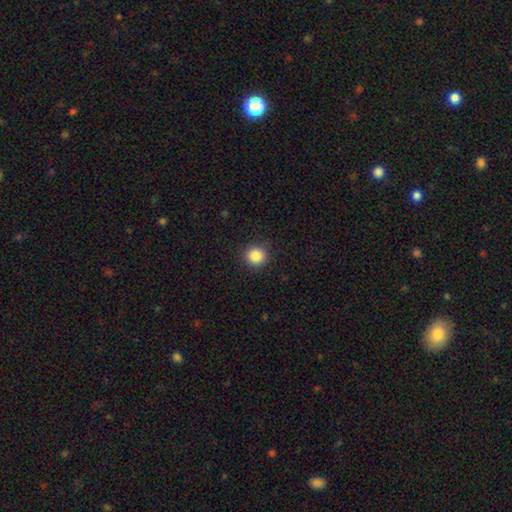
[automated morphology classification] smooth 85%, star or artifact 11%, featured or disk 4%. Down the decision tree: how rounded — round (92%); merging — none (90%).